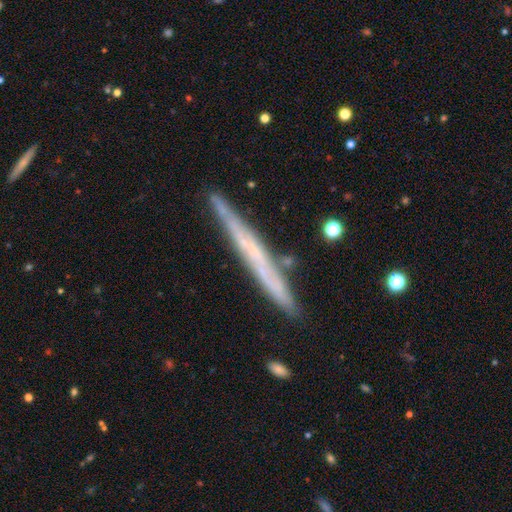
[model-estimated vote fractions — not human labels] A featured or disk galaxy (58%) viewed edge-on (95%) with no central bulge (85%).

Vote fractions:
- Smooth or featured? featured or disk: 58% / smooth: 35% / star or artifact: 7%
- Edge-on disk? yes: 95% / no: 5%
- Edge-on bulge? none: 85% / rounded: 10% / boxy: 5%
- Merging? none: 85% / minor disturbance: 10% / merger: 2% / major disturbance: 2%